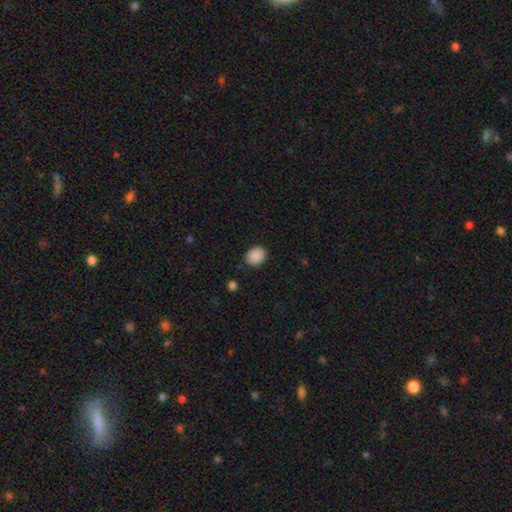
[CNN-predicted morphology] smooth_or_featured: smooth (p=0.90) [alt: star or artifact p=0.08]
how_rounded: in between (p=0.53) [alt: round p=0.46]
merging: none (p=0.86) [alt: minor disturbance p=0.11]